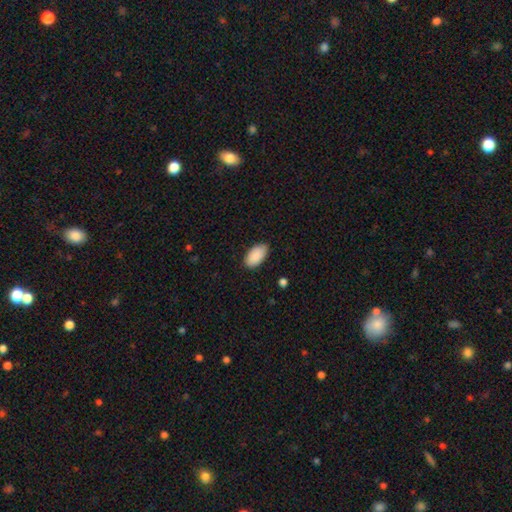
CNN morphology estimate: Smooth or featured? smooth (90%)
How rounded? in between (96%)
Merging? none (83%)